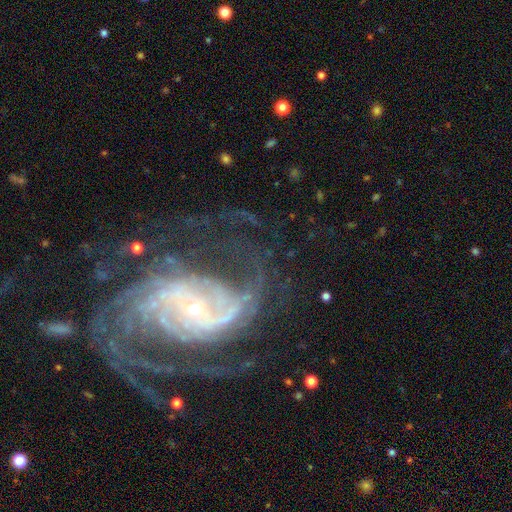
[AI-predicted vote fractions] A featured or disk galaxy (90%) with no bar (56%), 2 (27%) tight (47%) spiral arms (98%) and a small central bulge (78%).

Vote fractions:
- Smooth or featured? featured or disk: 90% / star or artifact: 7% / smooth: 3%
- Edge-on disk? no: 97% / yes: 3%
- Bar? no: 56% / weak: 27% / strong: 18%
- Spiral arms? yes: 98% / no: 2%
- Spiral winding? tight: 47% / medium: 41% / loose: 12%
- Spiral arm count? 2: 27% / can't tell: 20% / 3: 19% / 4: 15% / more than 4: 11% / 1: 9%
- Bulge size? small: 78% / moderate: 18% / large: 2% / none: 1% / dominant: 1%
- Merging? none: 62% / major disturbance: 20% / minor disturbance: 16% / merger: 2%